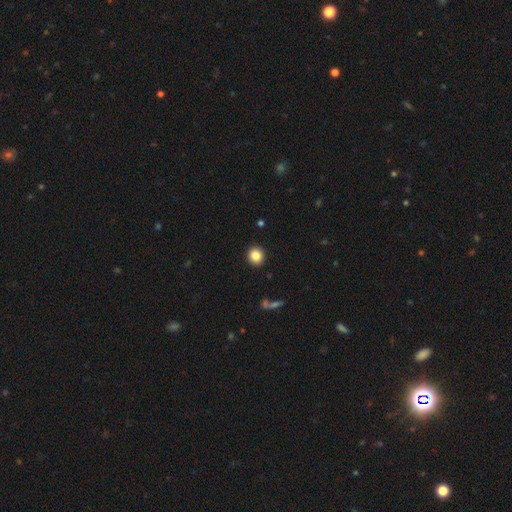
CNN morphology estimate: This appears to be a smooth galaxy with no disk features (86%) that is round (88%). Merging: none (92%).